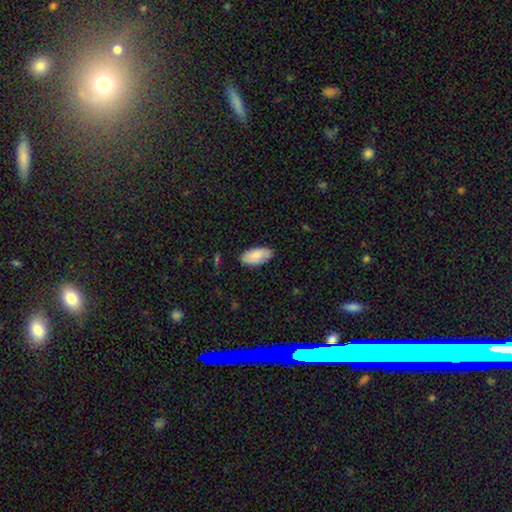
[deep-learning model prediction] Smooth or featured? Predicted: smooth (p=0.81). How rounded? Predicted: in between (p=0.93). Merging? Predicted: none (p=0.83).